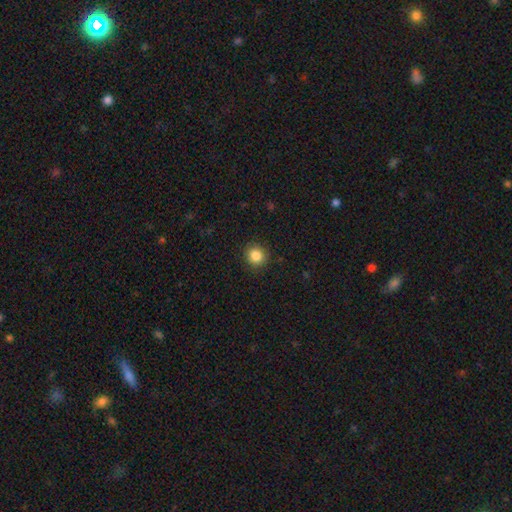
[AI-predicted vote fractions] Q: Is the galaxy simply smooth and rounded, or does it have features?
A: smooth — 86%.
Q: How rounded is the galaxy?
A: round — 92%.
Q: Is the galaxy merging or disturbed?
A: none — 90%.